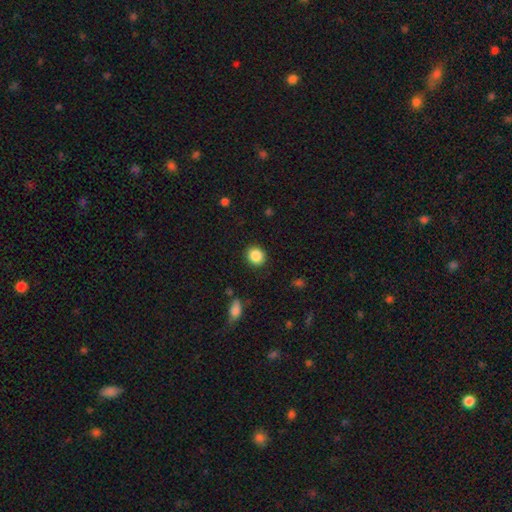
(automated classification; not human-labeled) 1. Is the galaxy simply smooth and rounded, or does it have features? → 87% smooth, 9% star or artifact, 4% featured or disk.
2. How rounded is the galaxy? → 81% round, 18% in between, 1% cigar-shaped.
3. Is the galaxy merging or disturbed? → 89% none, 7% minor disturbance, 2% major disturbance, 1% merger.